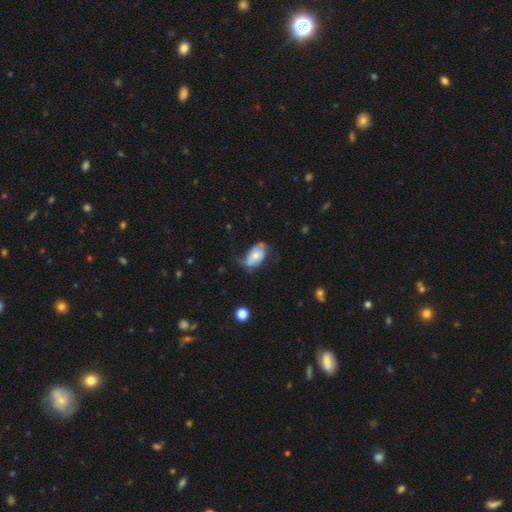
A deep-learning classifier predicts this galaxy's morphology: Smooth or featured? smooth (52%)
How rounded? in between (92%)
Merging? none (45%)